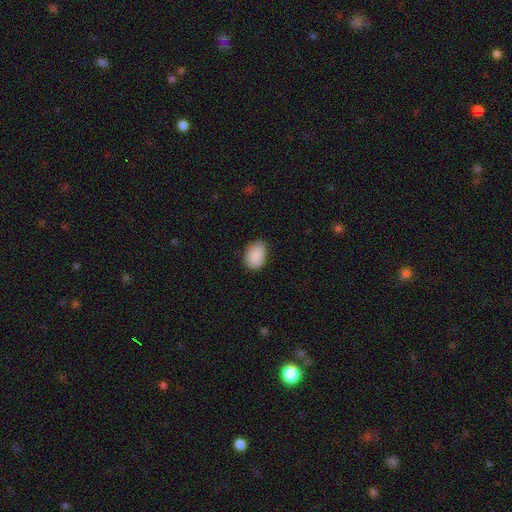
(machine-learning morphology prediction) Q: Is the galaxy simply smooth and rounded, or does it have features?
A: smooth — 89%.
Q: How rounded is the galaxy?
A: in between — 77%.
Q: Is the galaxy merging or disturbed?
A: none — 69%.